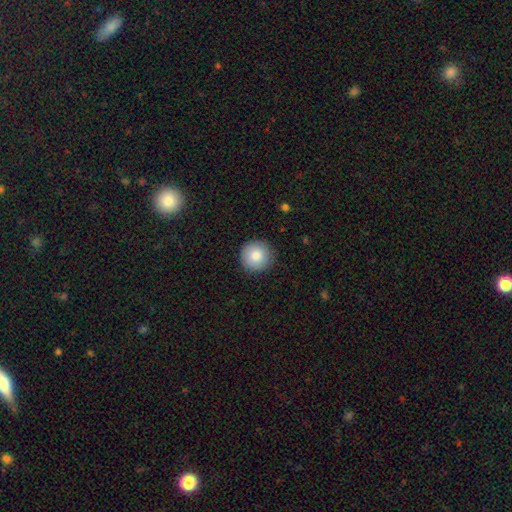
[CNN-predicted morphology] Smooth or featured? smooth (84%)
How rounded? round (96%)
Merging? none (90%)